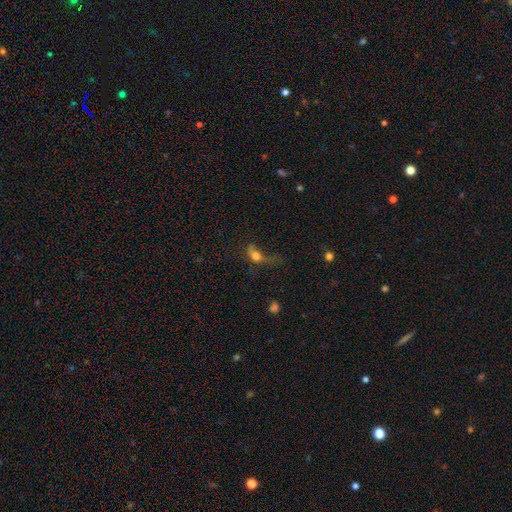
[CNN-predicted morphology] smooth-or-featured: smooth: 61% | featured or disk: 25% | star or artifact: 14%
  how-rounded: in between: 59% | round: 31% | cigar-shaped: 10%
  merging: major disturbance: 56% | none: 20% | minor disturbance: 17% | merger: 7%